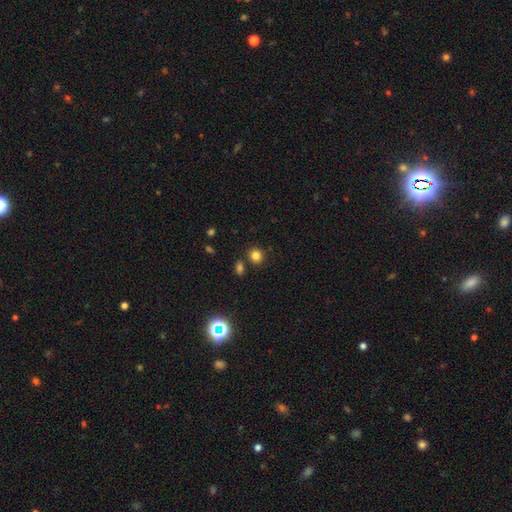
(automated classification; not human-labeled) Morphology: type=smooth (82%); roundness=round (79%); merging=none (80%).